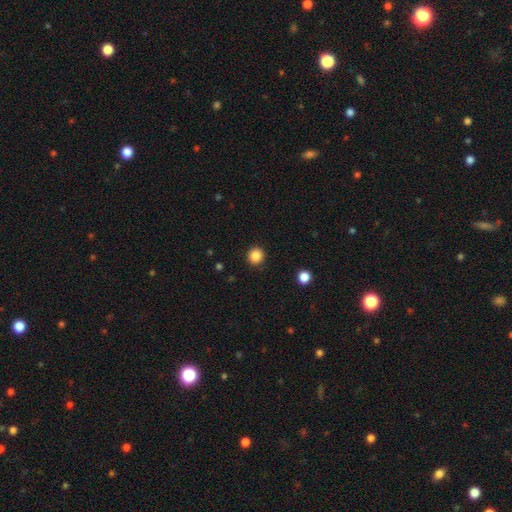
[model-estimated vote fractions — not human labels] smooth_or_featured: smooth (p=0.86) [alt: star or artifact p=0.11]
how_rounded: round (p=0.93) [alt: in between p=0.06]
merging: none (p=0.92) [alt: minor disturbance p=0.05]